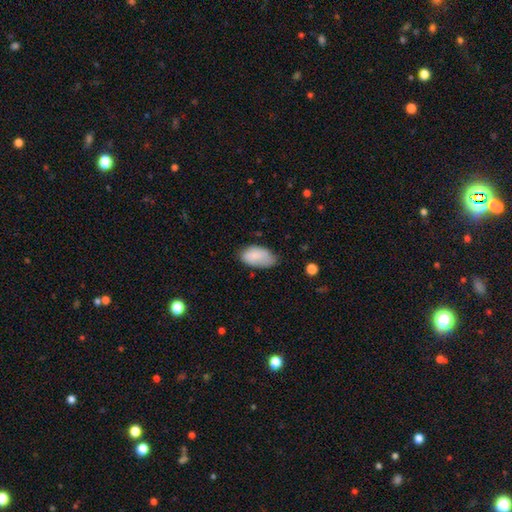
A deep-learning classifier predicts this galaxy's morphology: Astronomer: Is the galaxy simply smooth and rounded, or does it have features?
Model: smooth — 84%.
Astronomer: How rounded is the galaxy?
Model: in between — 95%.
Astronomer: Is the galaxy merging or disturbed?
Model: none — 55% (runner-up: minor disturbance, 36%).